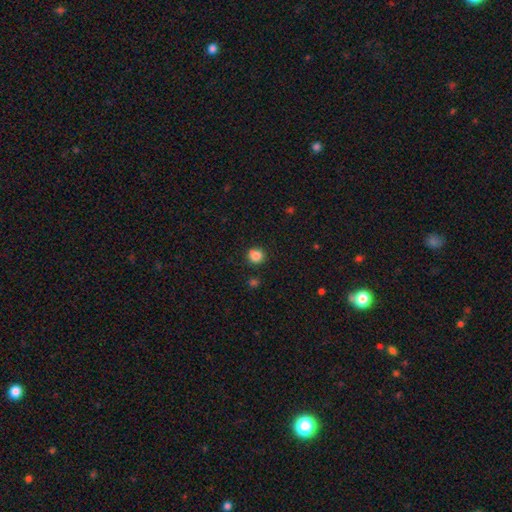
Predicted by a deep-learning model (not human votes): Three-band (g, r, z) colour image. It shows a smooth galaxy with no disk features (83%) that is round (86%). Merging: none (76%).